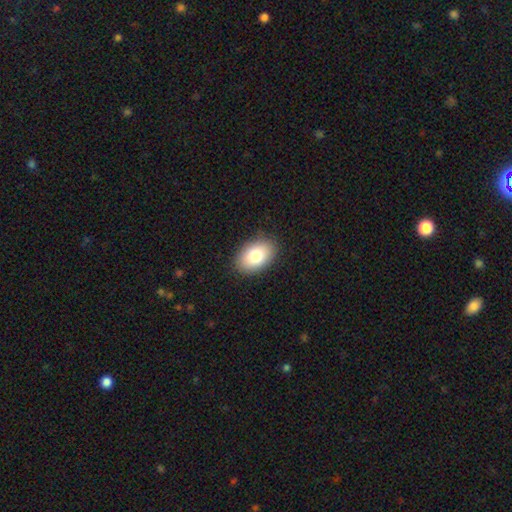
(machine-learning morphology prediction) Smooth or featured? Predicted: smooth (p=0.81). How rounded? Predicted: in between (p=0.88). Merging? Predicted: none (p=0.88).